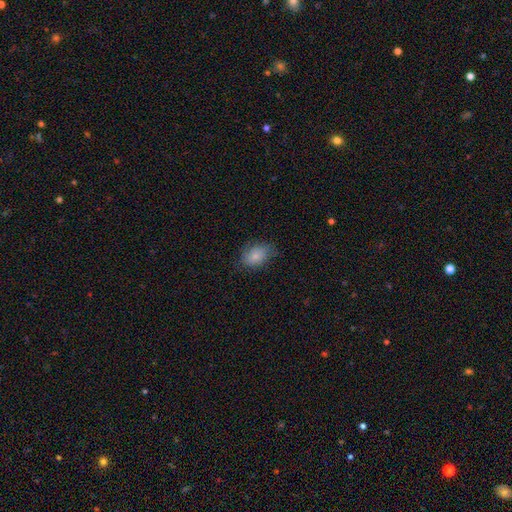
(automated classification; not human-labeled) A smooth galaxy with no disk features (80%) that is in between round and cigar-shaped (80%). Merging: none (68%).